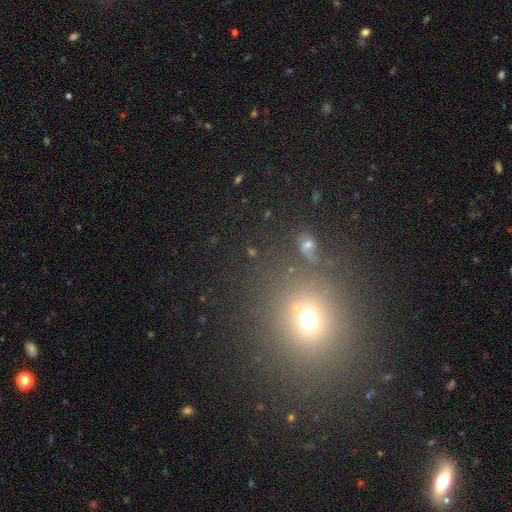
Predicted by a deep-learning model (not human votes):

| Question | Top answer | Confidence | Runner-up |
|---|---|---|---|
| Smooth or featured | star or artifact | 47% | smooth (43%) |